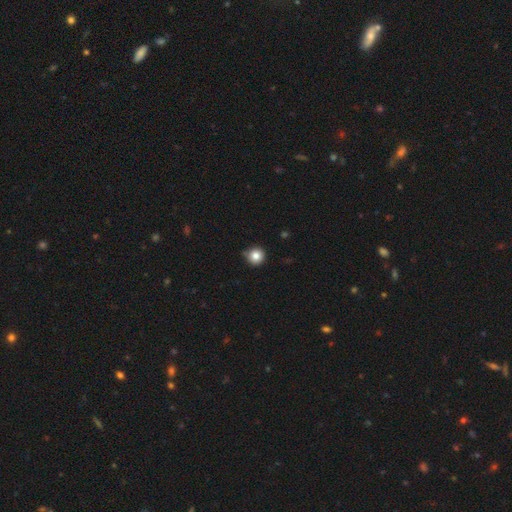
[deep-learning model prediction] Smooth or featured?
  - smooth: 83% *
  - star or artifact: 11%
  - featured or disk: 6%
How rounded?
  - round: 95% *
  - in between: 4%
  - cigar-shaped: 1%
Merging?
  - none: 82% *
  - minor disturbance: 14%
  - major disturbance: 2%
  - merger: 2%